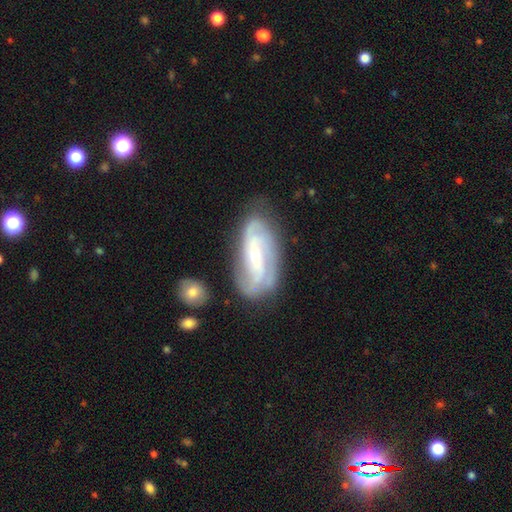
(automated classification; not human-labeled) The model was most divided on "spiral winding": medium: 41%, tight: 38%, loose: 21%. Remaining: edge-on disk — no (93%); spiral arms — yes (92%); smooth or featured — featured or disk (78%); merging — none (68%); bulge size — small (59%); spiral arm count — 2 (46%); bar — weak (45%).